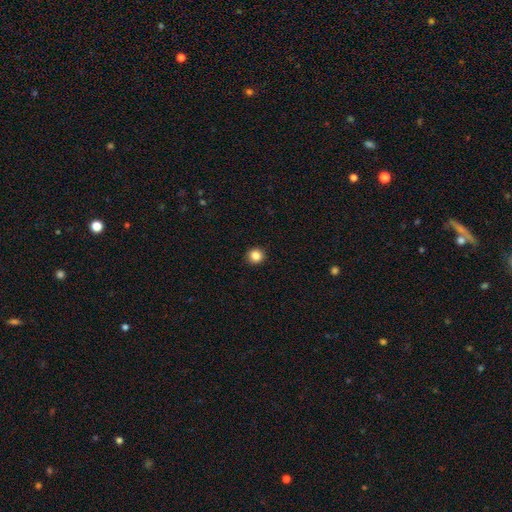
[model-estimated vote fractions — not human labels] Morphology: type=smooth (85%); roundness=round (93%); merging=none (93%).